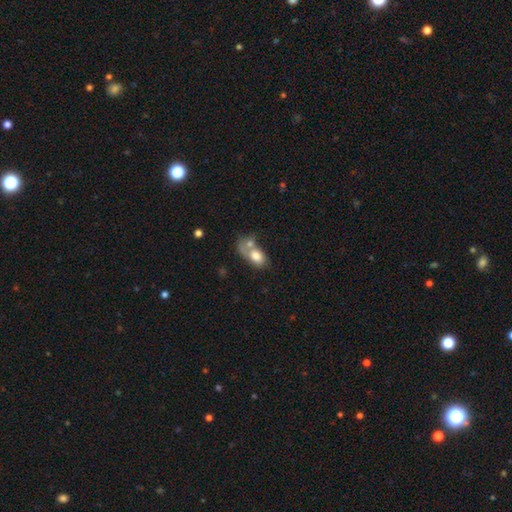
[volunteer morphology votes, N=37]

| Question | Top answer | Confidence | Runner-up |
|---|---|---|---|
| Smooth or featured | smooth | 73% | featured or disk (24%) |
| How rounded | in between | 85% | round (15%) |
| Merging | merger | 64% | minor disturbance (14%) |